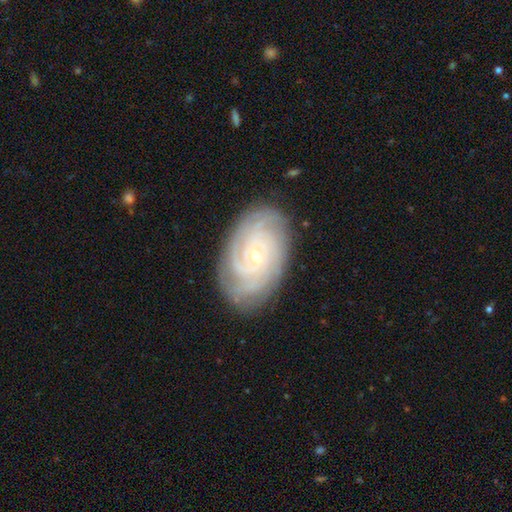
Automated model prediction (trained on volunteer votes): This is clearly a featured or disk galaxy (85%). It is clearly not viewed edge-on (96%). Bar: likely no (70%). Spiral arm pattern: clearly yes (97%). Spiral arm count: marginally 4 (27%). Spiral winding: likely tight (78%). Central bulge: likely small (80%). Merging: clearly none (82%).